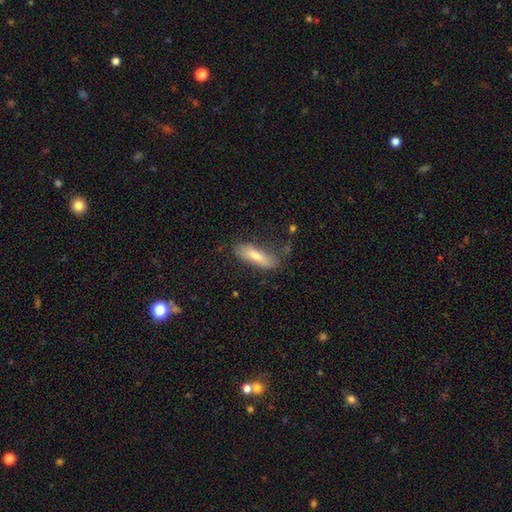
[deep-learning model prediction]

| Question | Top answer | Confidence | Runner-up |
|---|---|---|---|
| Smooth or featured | smooth | 67% | featured or disk (25%) |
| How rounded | cigar-shaped | 55% | in between (43%) |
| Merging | none | 66% | minor disturbance (22%) |